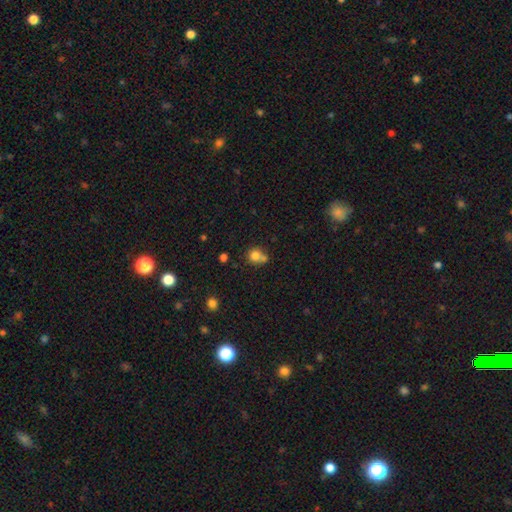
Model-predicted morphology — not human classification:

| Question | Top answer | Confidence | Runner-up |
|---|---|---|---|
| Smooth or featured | smooth | 78% | star or artifact (12%) |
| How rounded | round | 83% | in between (16%) |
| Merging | none | 45% | merger (42%) |